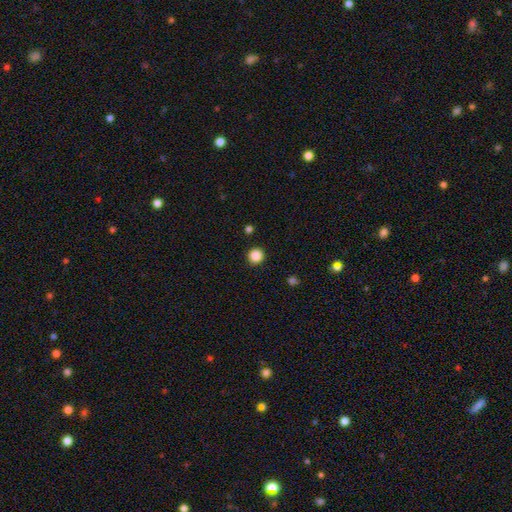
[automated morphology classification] Smooth or featured?
  - smooth: 87% *
  - star or artifact: 11%
  - featured or disk: 3%
How rounded?
  - round: 94% *
  - in between: 5%
  - cigar-shaped: 1%
Merging?
  - none: 92% *
  - minor disturbance: 5%
  - major disturbance: 2%
  - merger: 1%